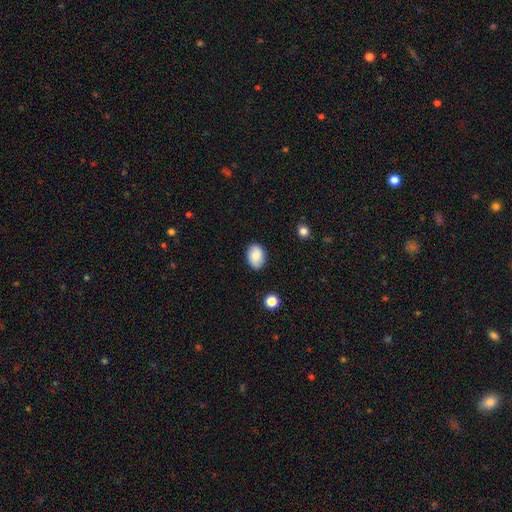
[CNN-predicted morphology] smooth-or-featured: smooth: 84% | featured or disk: 8% | star or artifact: 7%
  how-rounded: in between: 83% | round: 16% | cigar-shaped: 1%
  merging: none: 86% | minor disturbance: 11% | major disturbance: 2% | merger: 1%